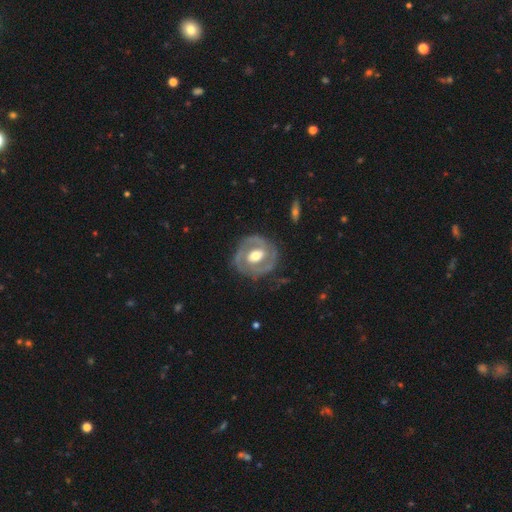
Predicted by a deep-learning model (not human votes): A featured or disk galaxy (80%) with a weak bar (39%), 2 (75%) tight (53%) spiral arms (73%) and a moderate central bulge (63%). Merging: none (77%).